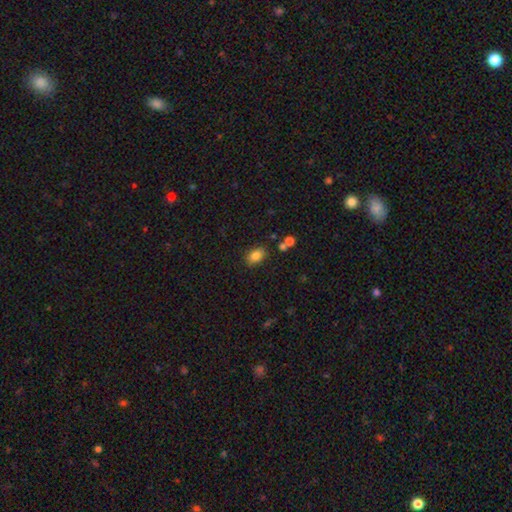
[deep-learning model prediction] A smooth galaxy with no disk features (83%) that is in between round and cigar-shaped (82%).

Vote fractions:
- Smooth or featured? smooth: 83% / star or artifact: 10% / featured or disk: 7%
- How rounded? in between: 82% / round: 17% / cigar-shaped: 1%
- Merging? none: 81% / minor disturbance: 11% / merger: 5% / major disturbance: 3%